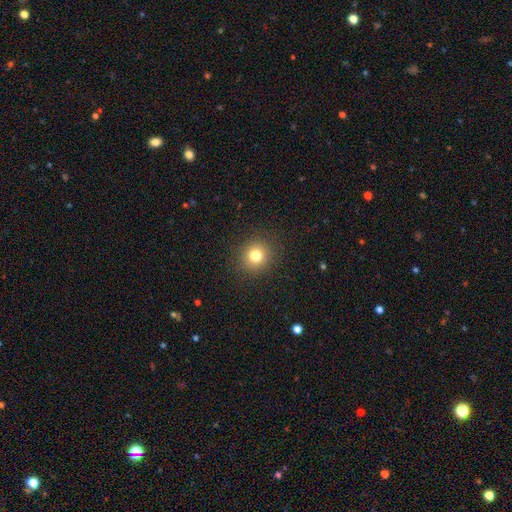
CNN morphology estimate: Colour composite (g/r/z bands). It shows a smooth galaxy with no disk features (79%) that is round (91%). Merging: none (90%).